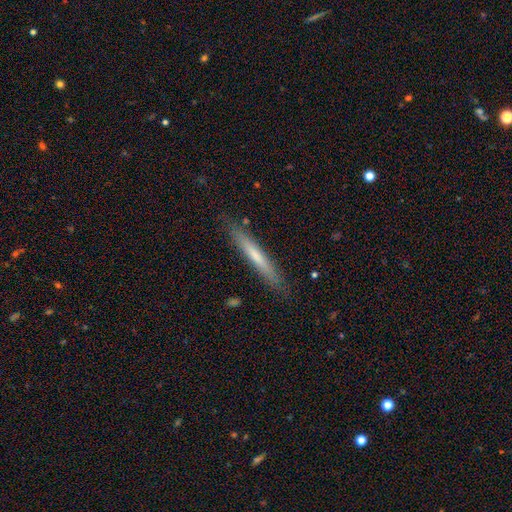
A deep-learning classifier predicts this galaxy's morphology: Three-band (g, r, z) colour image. It shows a smooth galaxy with no disk features (60%) that is cigar-shaped (96%). Merging: none (87%).